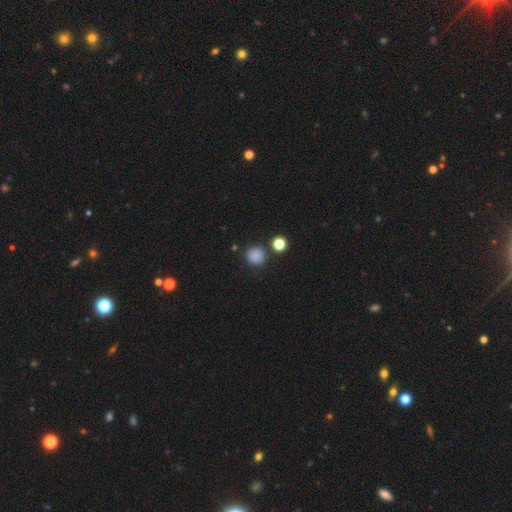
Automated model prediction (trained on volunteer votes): smooth 84%, star or artifact 12%, featured or disk 4%. Down the decision tree: how rounded — round (92%); merging — none (82%).